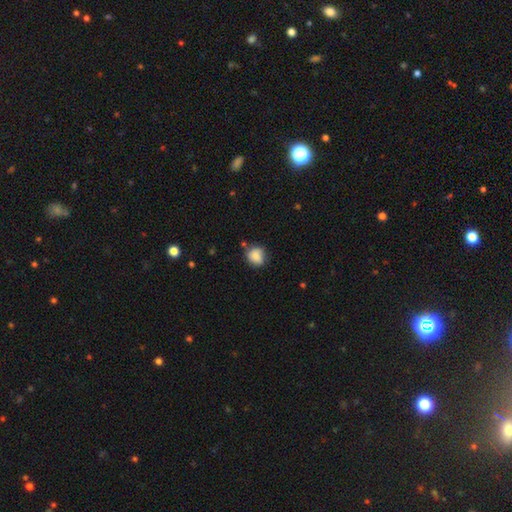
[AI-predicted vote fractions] Smooth or featured? Predicted: smooth (p=0.80). How rounded? Predicted: round (p=0.78). Merging? Predicted: none (p=0.66).